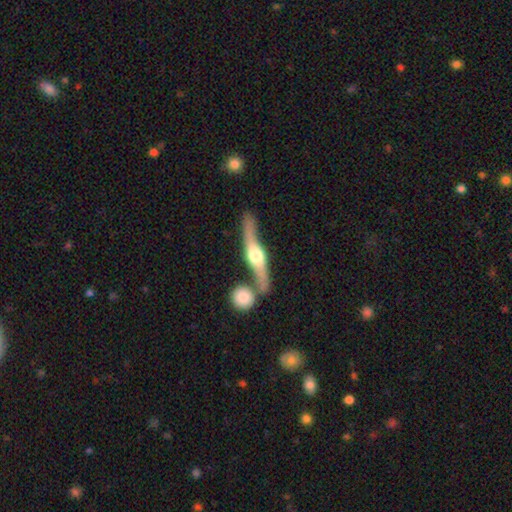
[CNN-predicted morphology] Q: Smooth or featured?
A: featured or disk (79%); runner-up: smooth (16%)
Q: Edge-on disk?
A: yes (88%); runner-up: no (12%)
Q: Edge-on bulge?
A: rounded (93%); runner-up: boxy (5%)
Q: Merging?
A: none (62%); runner-up: merger (17%)